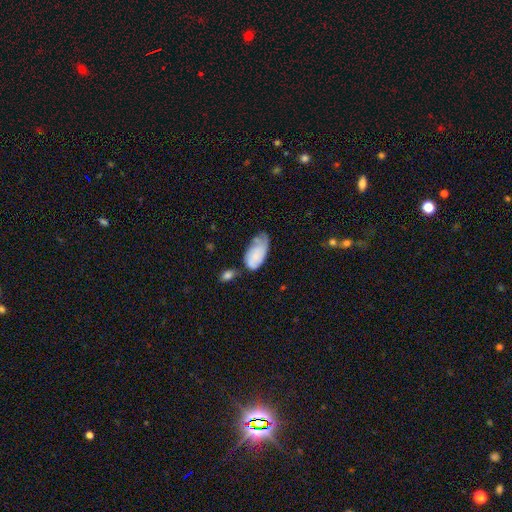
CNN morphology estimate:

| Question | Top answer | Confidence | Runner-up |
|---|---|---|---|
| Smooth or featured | smooth | 70% | featured or disk (23%) |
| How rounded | in between | 93% | cigar-shaped (4%) |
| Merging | minor disturbance | 40% | none (29%) |